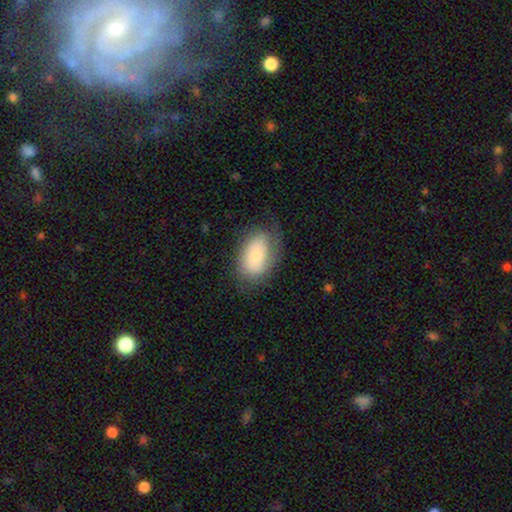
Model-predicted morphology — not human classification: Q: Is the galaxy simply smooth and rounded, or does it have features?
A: smooth — 69%.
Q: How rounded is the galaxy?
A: in between — 92%.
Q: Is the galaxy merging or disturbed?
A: none — 59%.